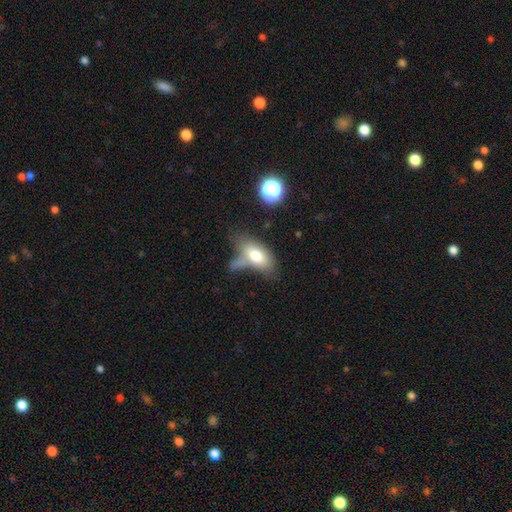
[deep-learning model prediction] The model was most divided on "merging": none: 33%, minor disturbance: 24%, major disturbance: 22%, merger: 22%. More confident: how rounded — in between (88%); smooth or featured — smooth (71%).